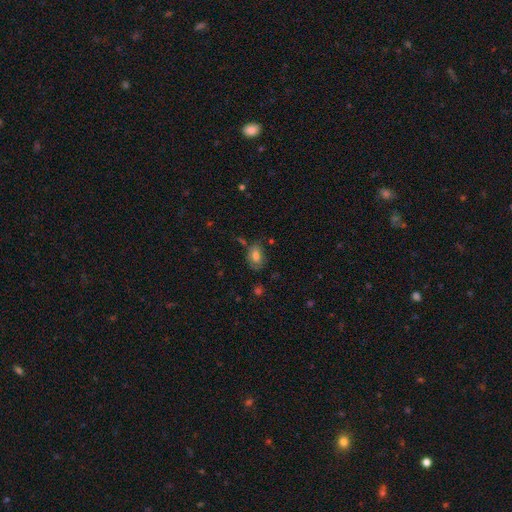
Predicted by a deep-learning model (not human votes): A smooth galaxy with no disk features (71%) that is in between round and cigar-shaped (85%).

Vote fractions:
- Smooth or featured? smooth: 71% / featured or disk: 20% / star or artifact: 9%
- How rounded? in between: 85% / round: 13% / cigar-shaped: 2%
- Merging? none: 62% / minor disturbance: 26% / major disturbance: 8% / merger: 5%